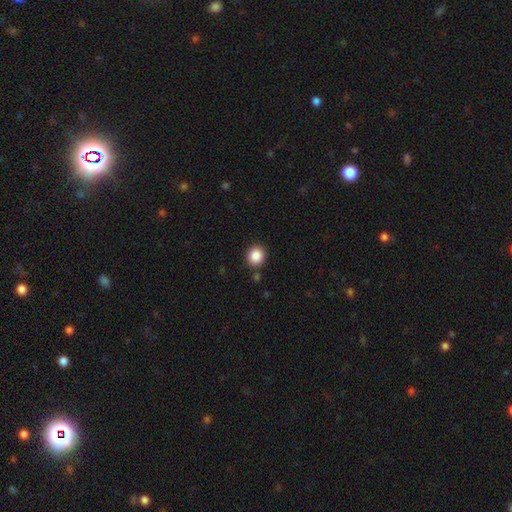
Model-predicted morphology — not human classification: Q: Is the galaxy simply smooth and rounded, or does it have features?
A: smooth — 87%.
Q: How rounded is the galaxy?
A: round — 84%.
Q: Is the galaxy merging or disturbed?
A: none — 88%.